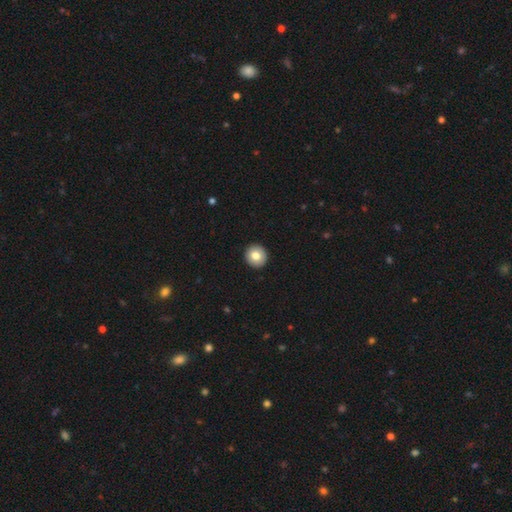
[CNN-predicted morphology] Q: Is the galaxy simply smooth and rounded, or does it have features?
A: smooth — 80%.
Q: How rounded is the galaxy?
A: round — 93%.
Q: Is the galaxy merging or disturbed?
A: none — 94%.